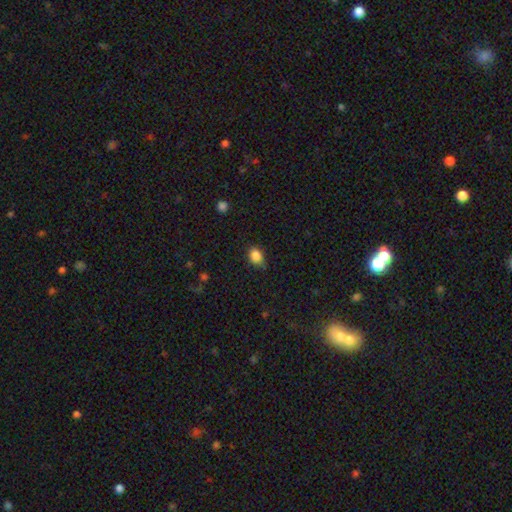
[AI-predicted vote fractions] This is clearly a smooth galaxy (86%). How rounded: likely in between (62%). Merging: likely none (68%).